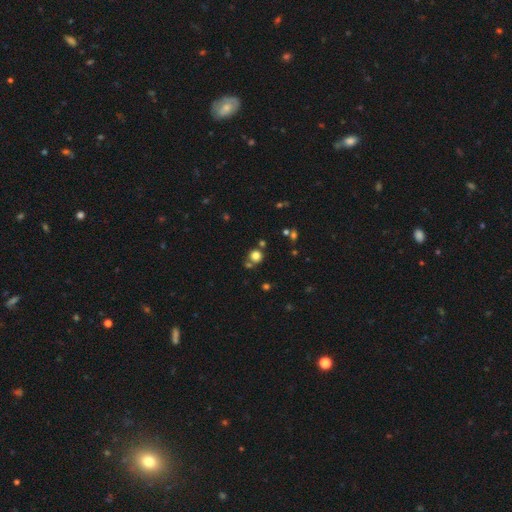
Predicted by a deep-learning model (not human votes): Q: Smooth or featured?
A: smooth (78%); runner-up: star or artifact (16%)
Q: How rounded?
A: round (91%); runner-up: in between (8%)
Q: Merging?
A: none (73%); runner-up: merger (14%)